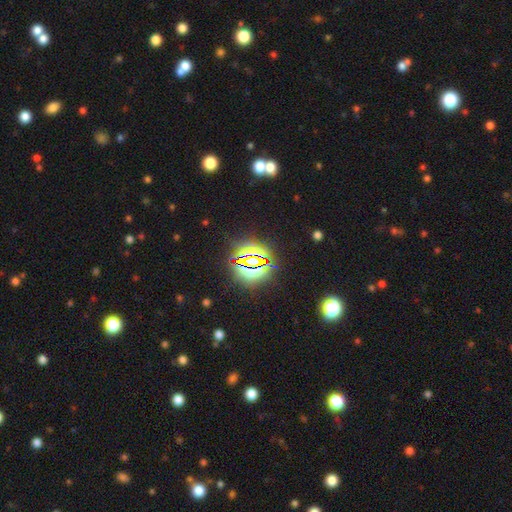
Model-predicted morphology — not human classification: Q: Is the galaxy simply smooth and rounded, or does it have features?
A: star or artifact — 81%.